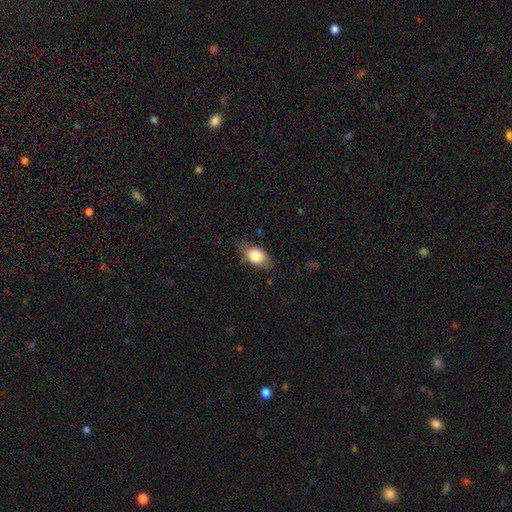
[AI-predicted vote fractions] smooth_or_featured: smooth (p=0.78) [alt: featured or disk p=0.15]
how_rounded: in between (p=0.86) [alt: round p=0.11]
merging: none (p=0.74) [alt: minor disturbance p=0.21]